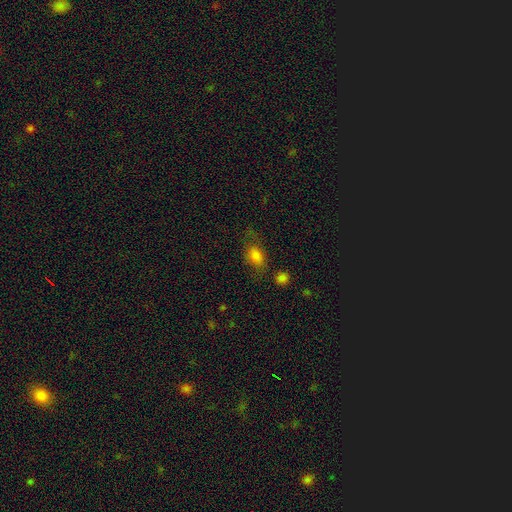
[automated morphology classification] Smooth or featured: smooth — 79% (star or artifact — 11%)
How rounded: in between — 82% (round — 15%)
Merging: none — 56% (minor disturbance — 24%)